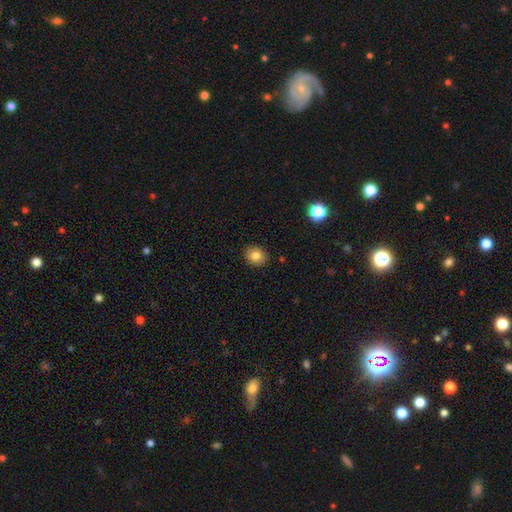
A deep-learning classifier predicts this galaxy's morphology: smooth 82%, star or artifact 10%, featured or disk 8%. Down the decision tree: how rounded — round (66%); merging — none (89%).